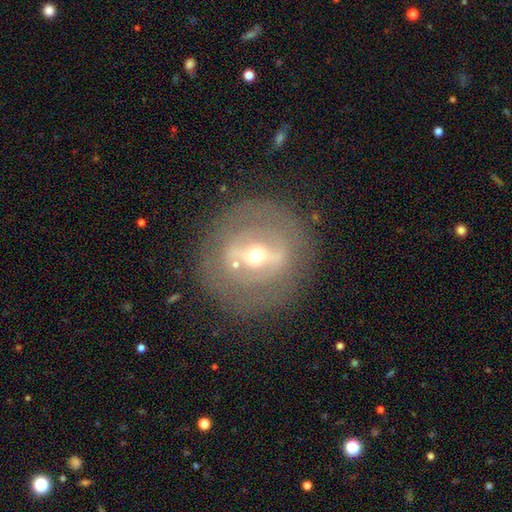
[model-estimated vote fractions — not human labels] smooth-or-featured: featured or disk: 70% | smooth: 22% | star or artifact: 9%
  disk-edge-on: no: 89% | yes: 11%
    bar: strong: 48% | weak: 32% | no: 20%
    has-spiral-arms: no: 75% | yes: 25%
    bulge-size: moderate: 53% | small: 41% | large: 4% | dominant: 1% | none: 1%
  merging: none: 78% | minor disturbance: 12% | major disturbance: 7% | merger: 3%